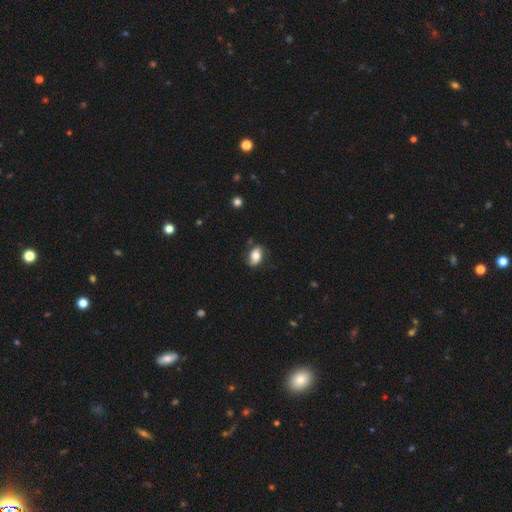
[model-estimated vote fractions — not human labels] Smooth or featured?
  - smooth: 71% *
  - featured or disk: 21%
  - star or artifact: 7%
How rounded?
  - in between: 88% *
  - round: 10%
  - cigar-shaped: 2%
Merging?
  - none: 74% *
  - minor disturbance: 19%
  - major disturbance: 5%
  - merger: 2%